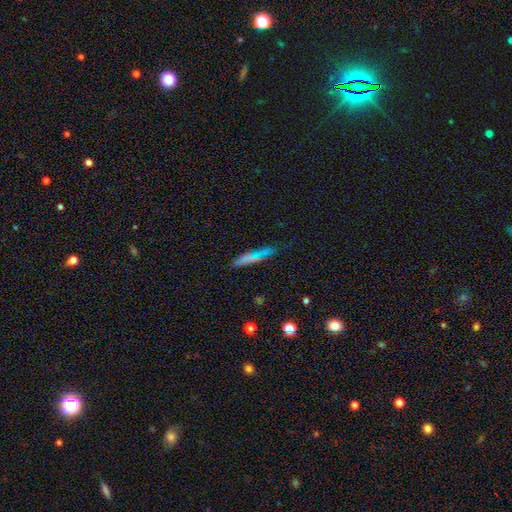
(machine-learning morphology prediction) Smooth or featured? Predicted: smooth (p=0.67). How rounded? Predicted: cigar-shaped (p=0.87). Merging? Predicted: none (p=0.72).